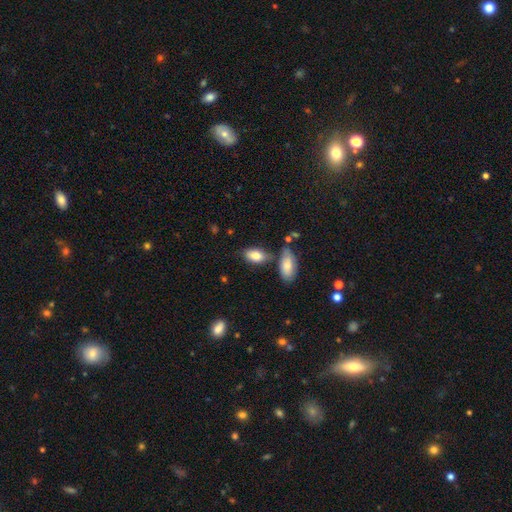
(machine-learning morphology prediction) smooth_or_featured: smooth (p=0.80) [alt: featured or disk p=0.13]
how_rounded: in between (p=0.91) [alt: round p=0.05]
merging: none (p=0.63) [alt: merger p=0.17]